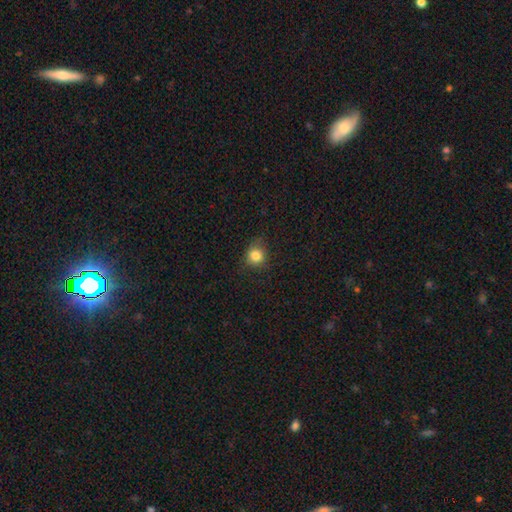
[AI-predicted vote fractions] This appears to be a smooth galaxy with no disk features (83%) that is round (86%). Merging: none (79%).